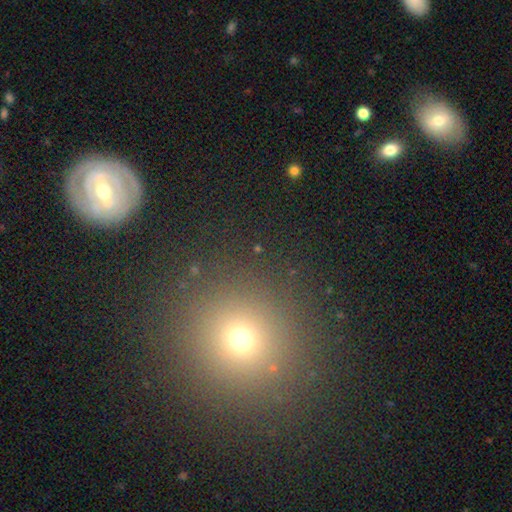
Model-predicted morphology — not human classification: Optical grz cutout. It shows a smooth galaxy with no disk features (52%) that is round (88%). Merging: none (85%).